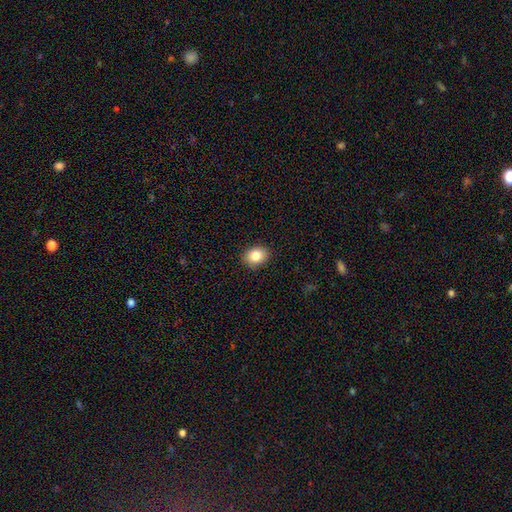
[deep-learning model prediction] smooth_or_featured: smooth (p=0.83) [alt: star or artifact p=0.09]
how_rounded: in between (p=0.54) [alt: round p=0.45]
merging: none (p=0.88) [alt: minor disturbance p=0.09]